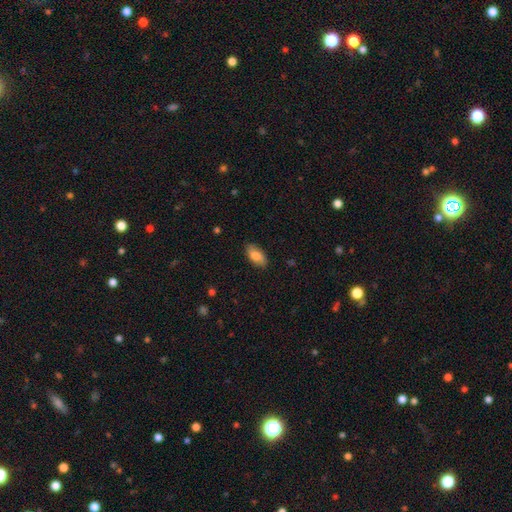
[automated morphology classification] This appears to be a smooth galaxy with no disk features (77%) that is in between round and cigar-shaped (92%). Merging: none (84%).